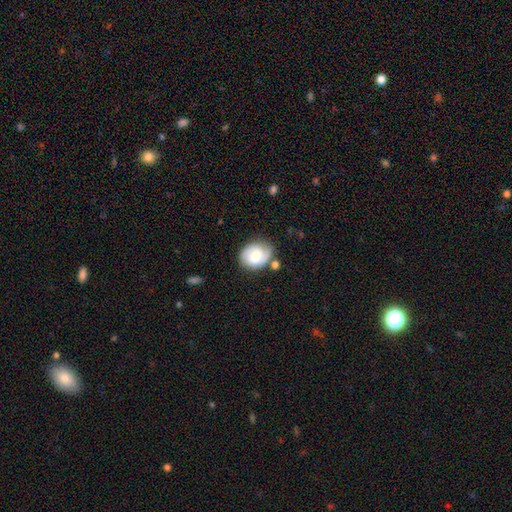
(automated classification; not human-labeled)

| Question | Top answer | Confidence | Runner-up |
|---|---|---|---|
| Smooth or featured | featured or disk | 47% | smooth (45%) |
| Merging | none | 69% | minor disturbance (18%) |